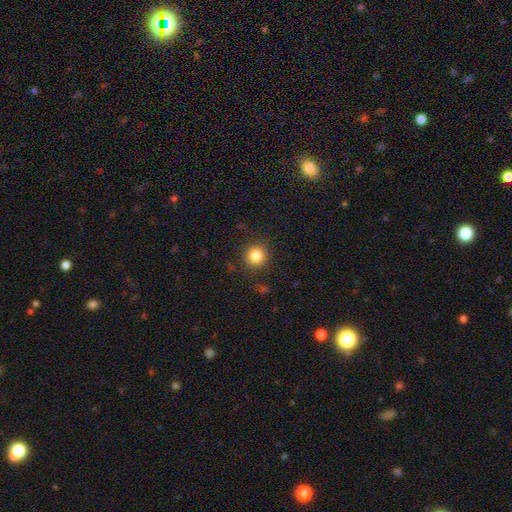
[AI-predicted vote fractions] Overall: smooth (84%). How rounded: round (93%). Merging: none (89%).